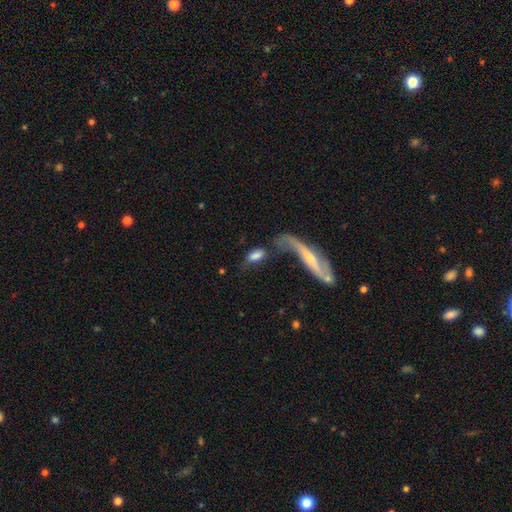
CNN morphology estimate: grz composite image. It shows a smooth galaxy with no disk features (70%) that is in between round and cigar-shaped (78%). Merging: none (33%).